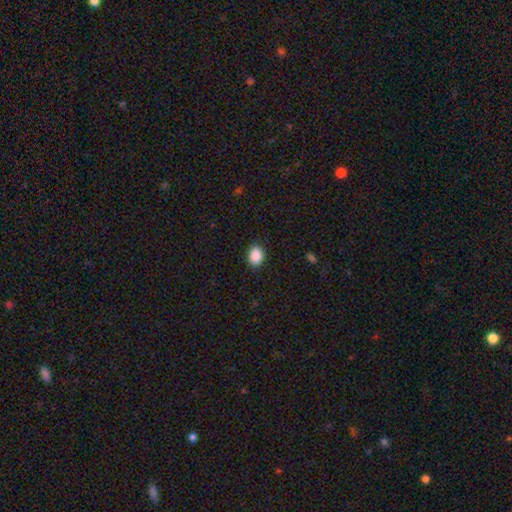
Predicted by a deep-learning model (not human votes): This appears to be a smooth galaxy with no disk features (90%) that is in between round and cigar-shaped (67%). Merging: none (88%).